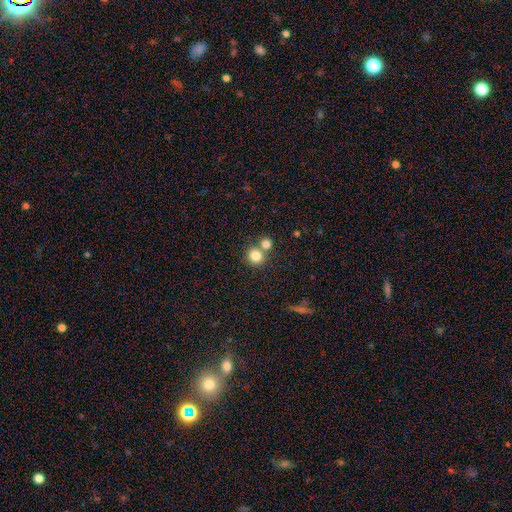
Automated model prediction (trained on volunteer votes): Smooth or featured: smooth — 82% (star or artifact — 11%)
How rounded: round — 87% (in between — 12%)
Merging: none — 57% (merger — 34%)